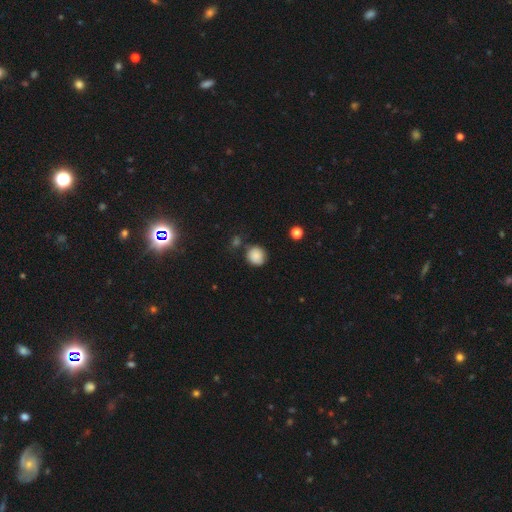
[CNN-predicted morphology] Smooth or featured?
  - smooth: 87% *
  - star or artifact: 9%
  - featured or disk: 4%
How rounded?
  - round: 89% *
  - in between: 10%
  - cigar-shaped: 1%
Merging?
  - none: 79% *
  - minor disturbance: 12%
  - merger: 5%
  - major disturbance: 4%